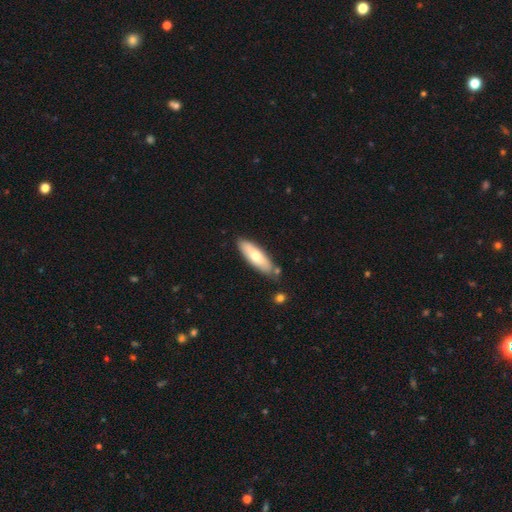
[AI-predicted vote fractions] Smooth or featured? Predicted: smooth (p=0.65). How rounded? Predicted: in between (p=0.51). Merging? Predicted: none (p=0.78).